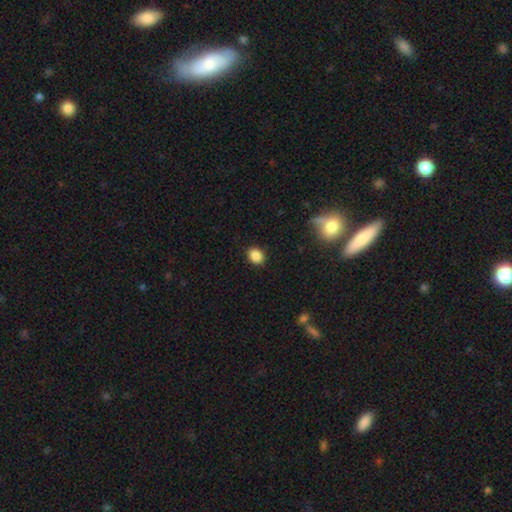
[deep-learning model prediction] A smooth galaxy with no disk features (87%) that is round (53%). Merging: none (89%).